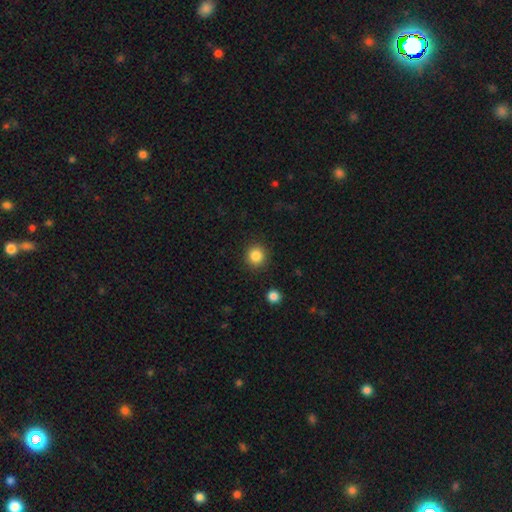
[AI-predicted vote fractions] Smooth or featured? Predicted: smooth (p=0.85). How rounded? Predicted: round (p=0.92). Merging? Predicted: none (p=0.90).